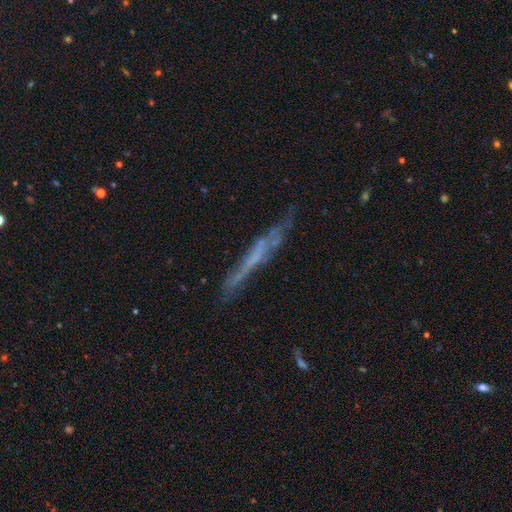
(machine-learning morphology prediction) Smooth or featured? Predicted: featured or disk (p=0.57). Edge-on disk? Predicted: yes (p=0.83). Merging? Predicted: none (p=0.67).